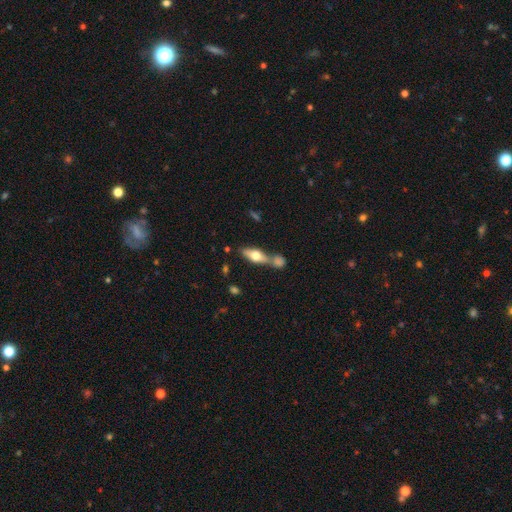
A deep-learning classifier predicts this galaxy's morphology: This appears to be a smooth galaxy with no disk features (48%). Merging: none (47%).